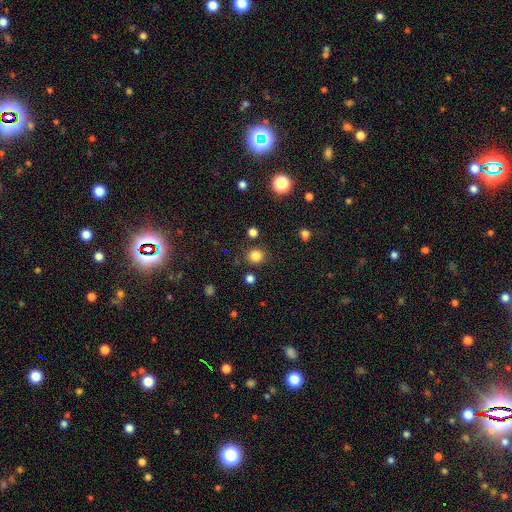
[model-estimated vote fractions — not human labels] Q: Smooth or featured?
A: smooth (82%); runner-up: star or artifact (14%)
Q: How rounded?
A: round (91%); runner-up: in between (8%)
Q: Merging?
A: none (87%); runner-up: minor disturbance (7%)